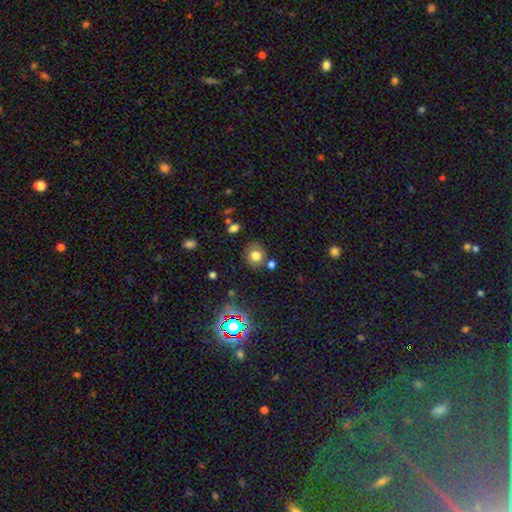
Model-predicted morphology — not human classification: smooth 75%, star or artifact 15%, featured or disk 9%. Down the decision tree: how rounded — round (82%); merging — none (75%).